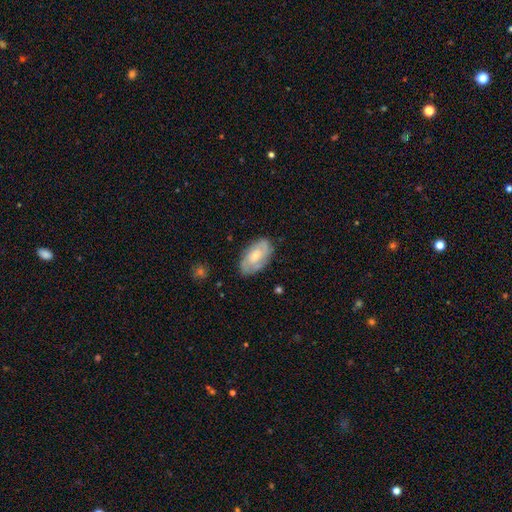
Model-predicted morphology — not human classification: Smooth or featured: featured or disk — 56% (smooth — 37%)
Edge-on disk: no — 94% (yes — 6%)
Bar: no — 70% (weak — 26%)
Spiral arms: yes — 80% (no — 20%)
Bulge size: small — 51% (moderate — 40%)
Merging: none — 76% (minor disturbance — 18%)